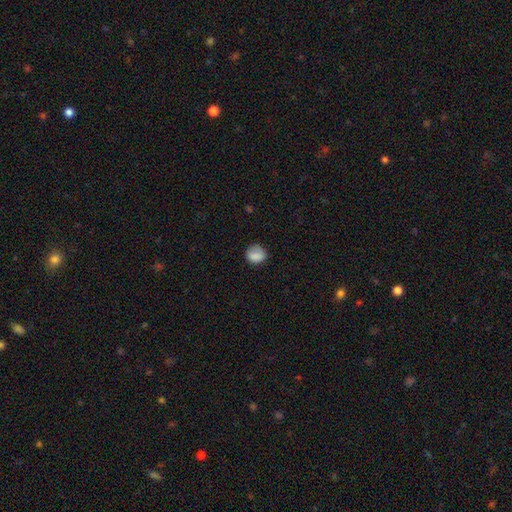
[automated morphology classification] Smooth or featured? Predicted: smooth (p=0.84). How rounded? Predicted: round (p=0.74). Merging? Predicted: none (p=0.73).